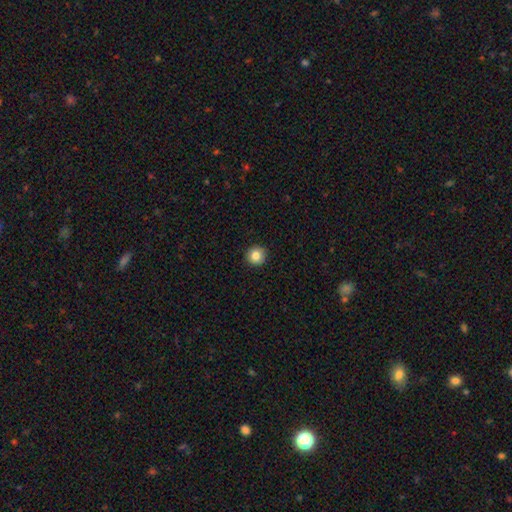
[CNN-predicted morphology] This is clearly a smooth galaxy (83%). How rounded: clearly round (94%). Merging: clearly none (92%).